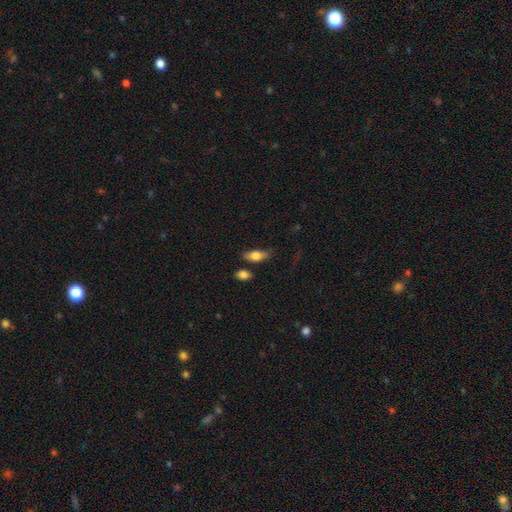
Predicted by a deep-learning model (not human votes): A smooth galaxy with no disk features (76%) that is in between round and cigar-shaped (82%).

Vote fractions:
- Smooth or featured? smooth: 76% / featured or disk: 17% / star or artifact: 7%
- How rounded? in between: 82% / cigar-shaped: 14% / round: 4%
- Merging? none: 69% / minor disturbance: 20% / merger: 6% / major disturbance: 5%